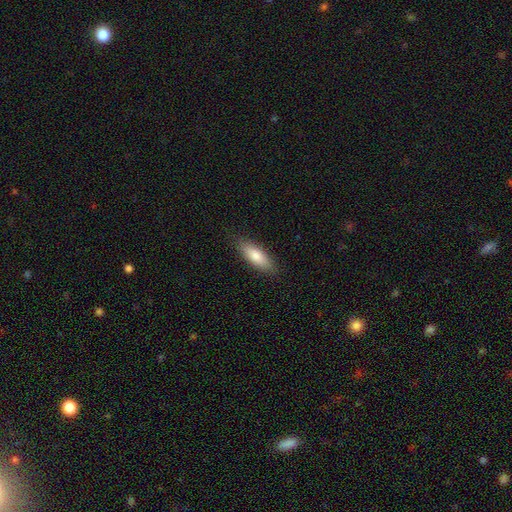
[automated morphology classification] A smooth galaxy with no disk features (80%) that is in between round and cigar-shaped (61%). Merging: none (86%).